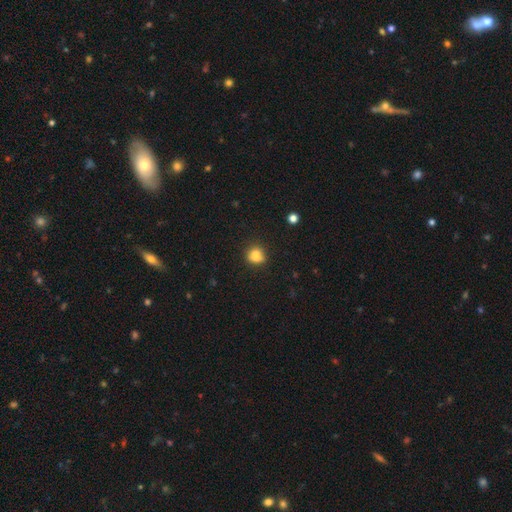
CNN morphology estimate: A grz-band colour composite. It shows a smooth galaxy with no disk features (75%) that is round (74%). Merging: none (44%).